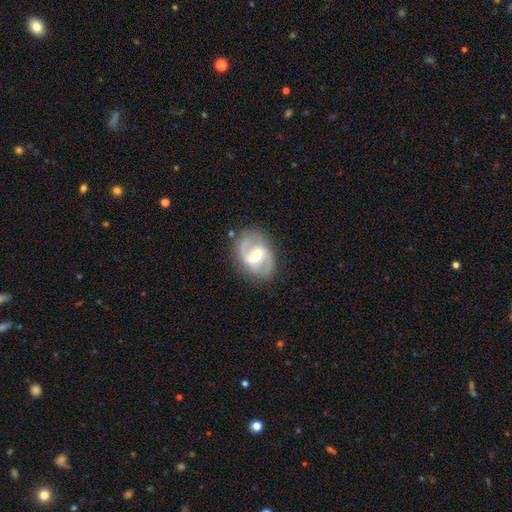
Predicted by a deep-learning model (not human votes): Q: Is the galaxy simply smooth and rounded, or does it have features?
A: featured or disk — 86%.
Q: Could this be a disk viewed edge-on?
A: no — 97%.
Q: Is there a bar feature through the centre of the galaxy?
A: weak — 52%.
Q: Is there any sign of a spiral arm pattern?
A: yes — 95%.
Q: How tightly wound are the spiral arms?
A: medium — 56%.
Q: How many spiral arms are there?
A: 2 — 91%.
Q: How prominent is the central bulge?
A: moderate — 60%.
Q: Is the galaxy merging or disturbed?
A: none — 82%.